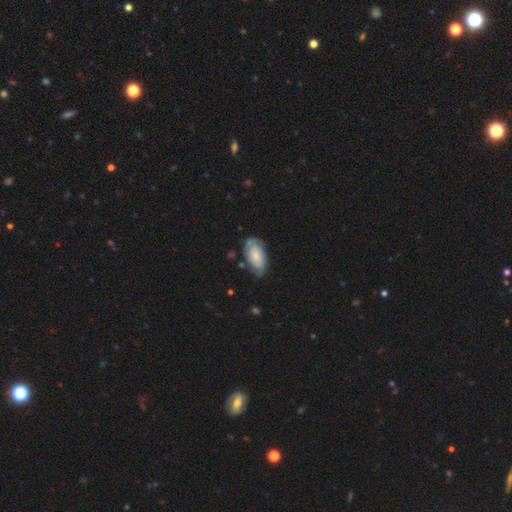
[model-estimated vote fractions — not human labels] Morphology: type=featured or disk (56%); edge-on=no (94%); bar=no (70%); spiral arms=yes (86%); bulge=small (41%); merging=none (66%).